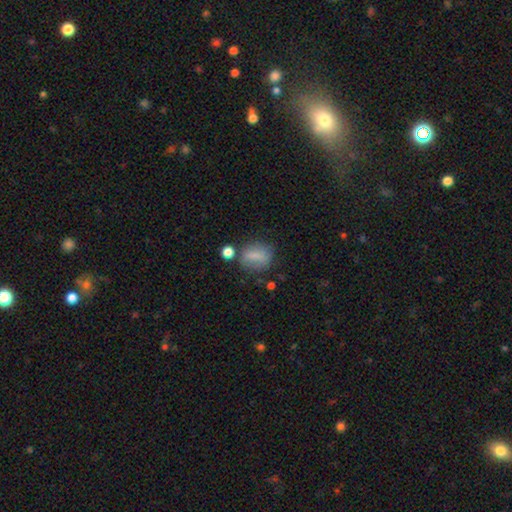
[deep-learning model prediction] Q: Smooth or featured?
A: smooth (71%); runner-up: featured or disk (17%)
Q: How rounded?
A: in between (49%); runner-up: round (47%)
Q: Merging?
A: none (59%); runner-up: minor disturbance (21%)